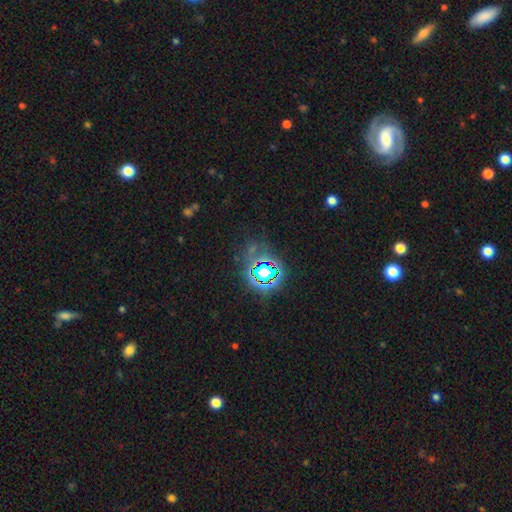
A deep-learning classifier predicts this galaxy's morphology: This is likely a star or artifact rather than a galaxy (74%).